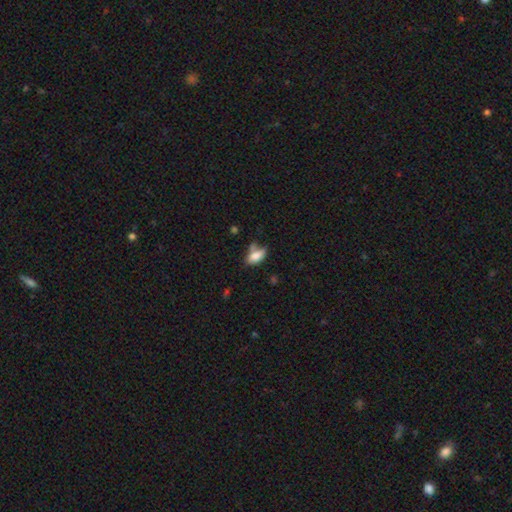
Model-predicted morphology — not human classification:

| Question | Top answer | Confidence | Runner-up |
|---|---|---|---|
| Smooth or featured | smooth | 79% | featured or disk (12%) |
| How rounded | in between | 86% | cigar-shaped (10%) |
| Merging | none | 46% | minor disturbance (24%) |